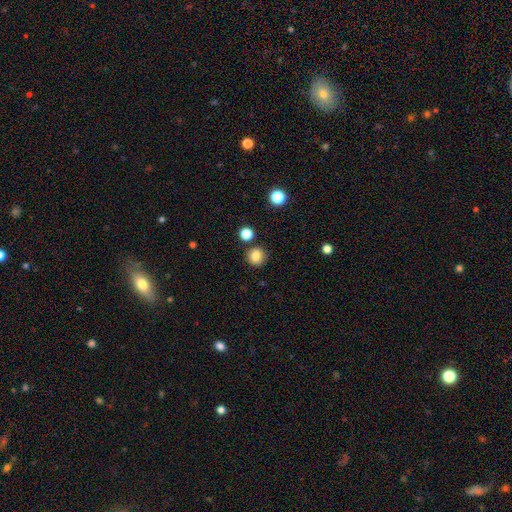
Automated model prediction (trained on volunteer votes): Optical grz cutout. It shows a smooth galaxy with no disk features (84%) that is round (91%). Merging: none (85%).